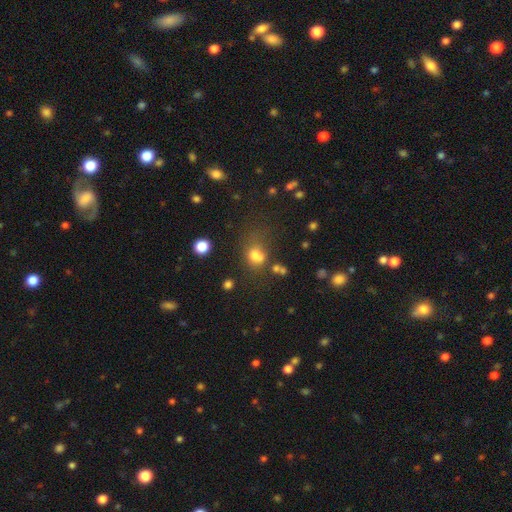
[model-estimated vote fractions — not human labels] A smooth galaxy with no disk features (69%) that is round (50%). Merging: none (35%).